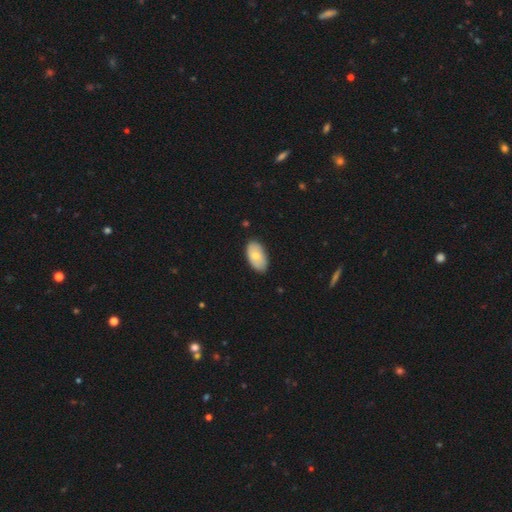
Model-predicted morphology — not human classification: Overall: smooth (75%). How rounded: in between (95%). Merging: none (83%).